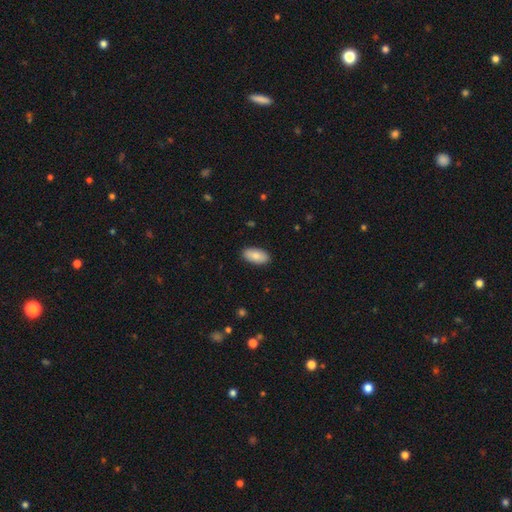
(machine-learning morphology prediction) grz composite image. It shows a smooth galaxy with no disk features (82%) that is in between round and cigar-shaped (93%). Merging: none (89%).